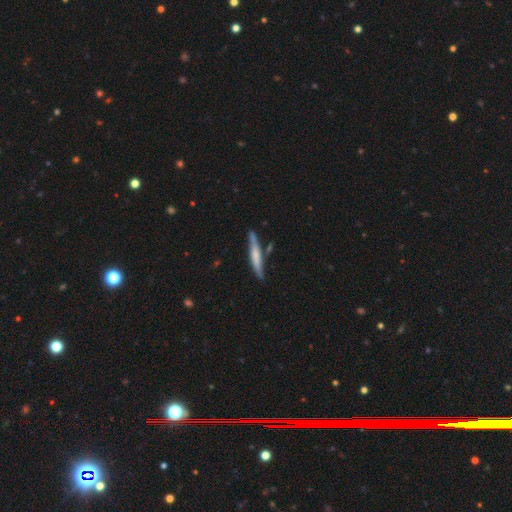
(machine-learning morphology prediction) smooth 51%, featured or disk 44%, star or artifact 5%. Down the decision tree: how rounded — cigar-shaped (93%); merging — none (76%).